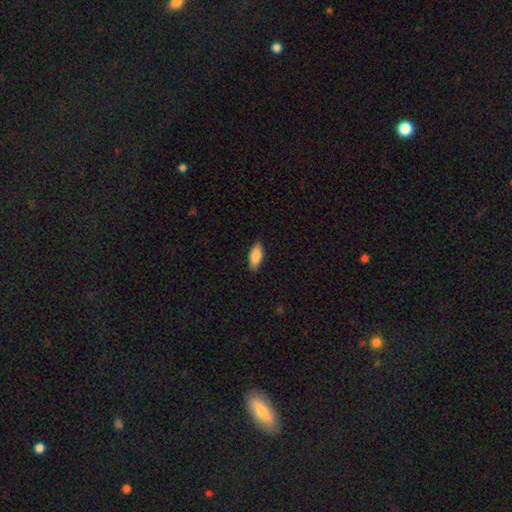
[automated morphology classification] This appears to be a smooth galaxy with no disk features (86%) that is in between round and cigar-shaped (83%). Merging: none (87%).